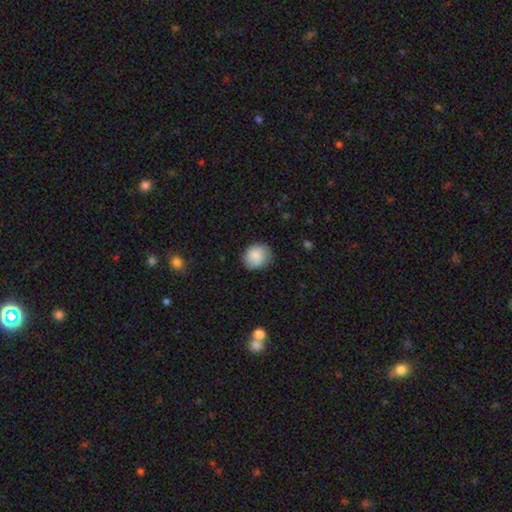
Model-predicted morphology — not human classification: smooth_or_featured: smooth (p=0.85) [alt: featured or disk p=0.08]
how_rounded: round (p=0.73) [alt: in between p=0.26]
merging: none (p=0.79) [alt: minor disturbance p=0.17]